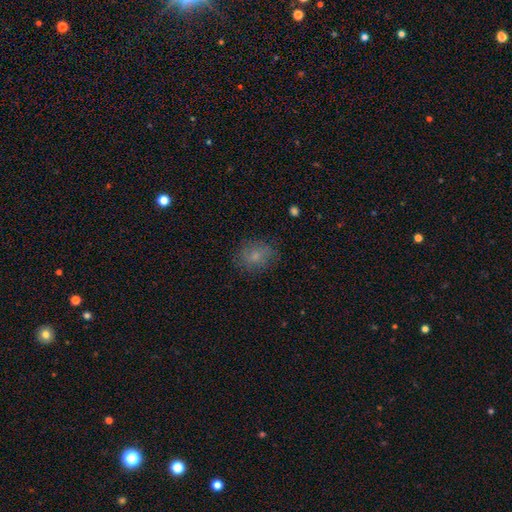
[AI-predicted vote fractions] Smooth or featured?
  - smooth: 73% *
  - featured or disk: 15%
  - star or artifact: 11%
How rounded?
  - round: 51% *
  - in between: 48%
  - cigar-shaped: 1%
Merging?
  - none: 76% *
  - minor disturbance: 16%
  - major disturbance: 6%
  - merger: 1%